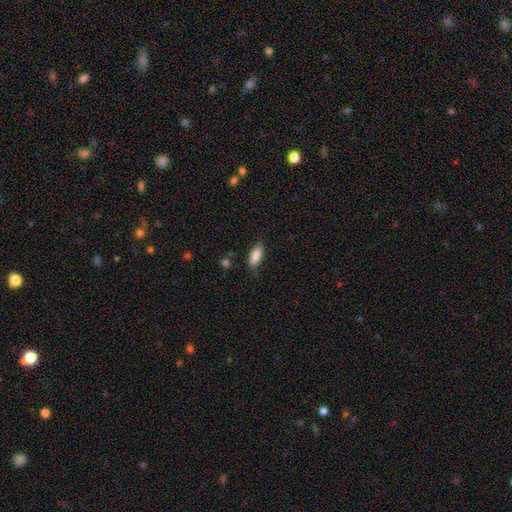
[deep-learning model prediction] This is clearly a smooth galaxy (85%). How rounded: clearly in between (82%). Merging: likely none (70%).